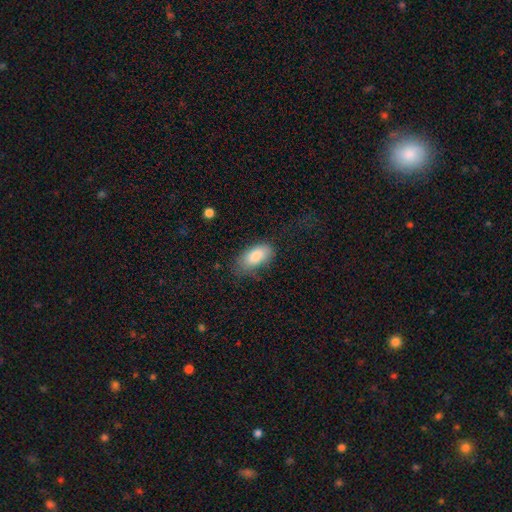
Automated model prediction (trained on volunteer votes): smooth 84%, featured or disk 9%, star or artifact 7%. Down the decision tree: how rounded — in between (92%); merging — none (60%).